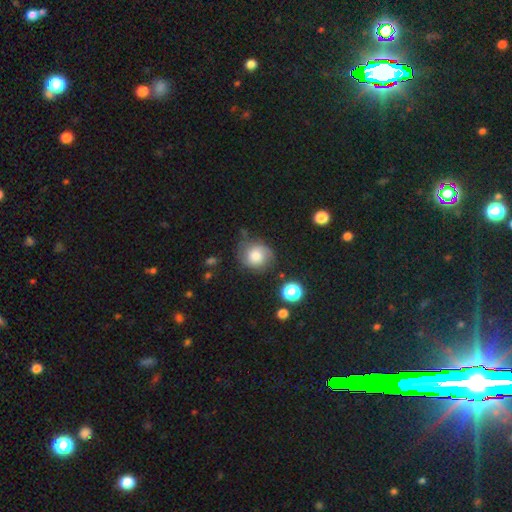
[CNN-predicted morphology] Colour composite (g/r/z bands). It shows a smooth galaxy with no disk features (64%) that is round (82%). Merging: none (64%).